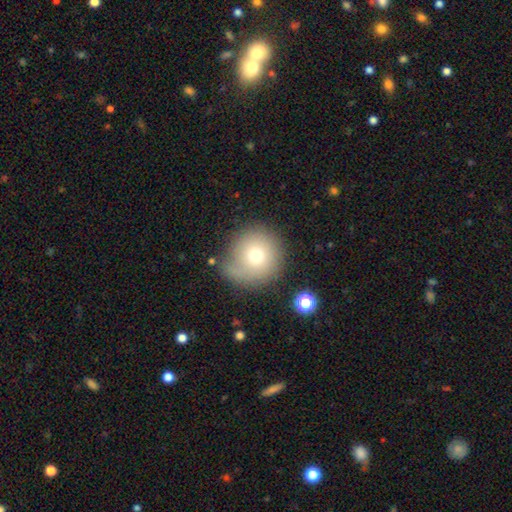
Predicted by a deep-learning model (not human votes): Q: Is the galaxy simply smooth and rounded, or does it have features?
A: smooth — 70%.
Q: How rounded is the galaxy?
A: round — 93%.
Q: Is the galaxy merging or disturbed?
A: none — 71%.